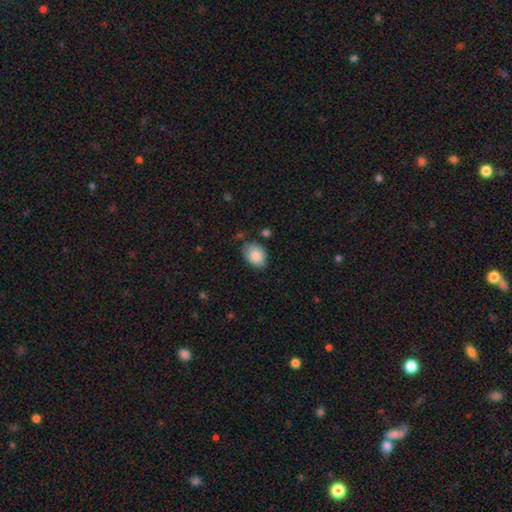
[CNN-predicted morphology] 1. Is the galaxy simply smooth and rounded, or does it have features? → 86% smooth, 7% star or artifact, 7% featured or disk.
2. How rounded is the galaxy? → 75% in between, 24% round, 1% cigar-shaped.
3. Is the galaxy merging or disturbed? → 72% none, 21% minor disturbance, 4% major disturbance, 3% merger.